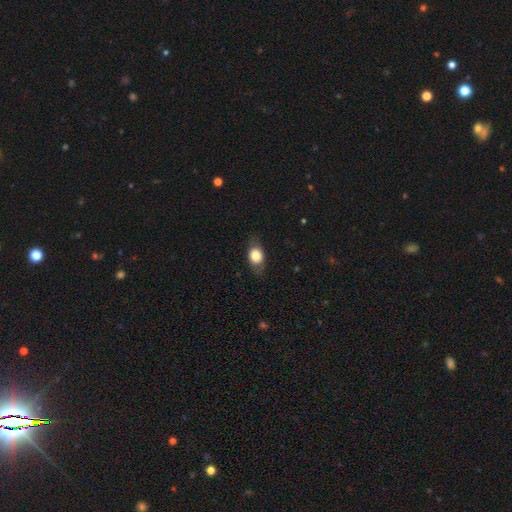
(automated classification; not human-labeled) smooth 73%, featured or disk 19%, star or artifact 8%. Down the decision tree: how rounded — in between (66%); merging — none (78%).